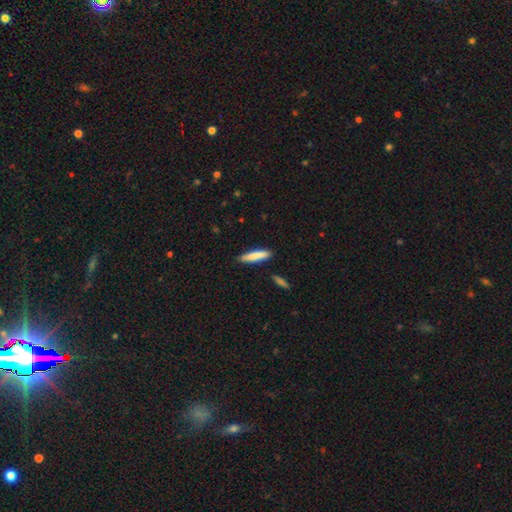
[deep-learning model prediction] This appears to be a smooth galaxy with no disk features (83%) that is cigar-shaped (78%). Merging: none (84%).